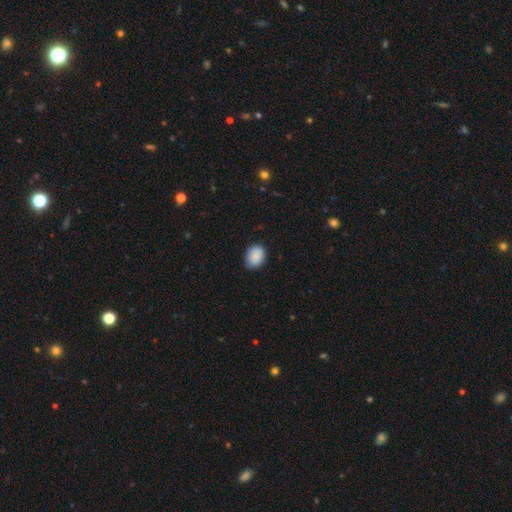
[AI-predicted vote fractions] A smooth galaxy with no disk features (89%) that is in between round and cigar-shaped (64%).

Vote fractions:
- Smooth or featured? smooth: 89% / star or artifact: 7% / featured or disk: 4%
- How rounded? in between: 64% / round: 35% / cigar-shaped: 1%
- Merging? none: 81% / minor disturbance: 15% / major disturbance: 2% / merger: 1%